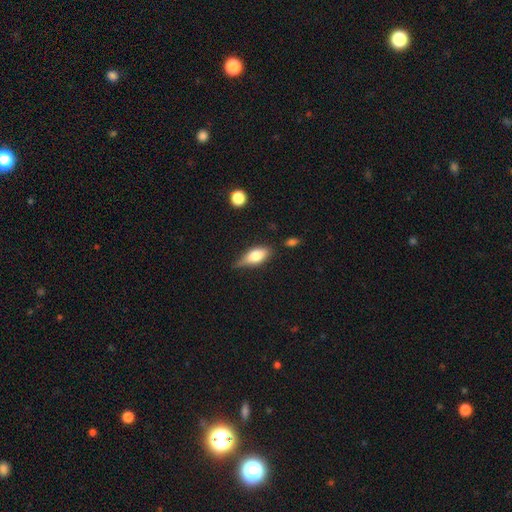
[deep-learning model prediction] Morphology: type=smooth (68%); roundness=in between (81%); merging=none (57%).